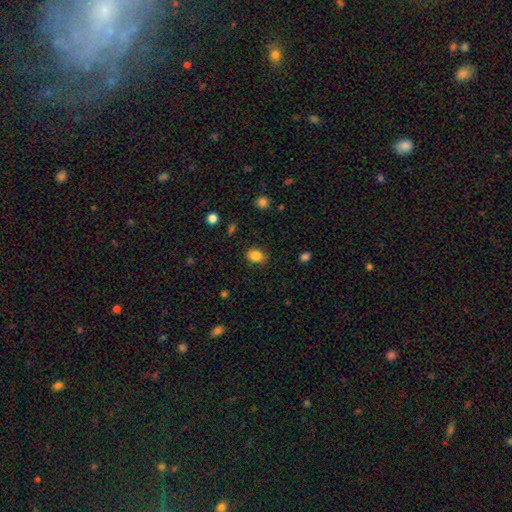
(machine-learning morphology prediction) Smooth or featured?
  - smooth: 85% *
  - star or artifact: 10%
  - featured or disk: 5%
How rounded?
  - in between: 50% *
  - round: 49%
  - cigar-shaped: 1%
Merging?
  - none: 82% *
  - minor disturbance: 13%
  - major disturbance: 4%
  - merger: 1%